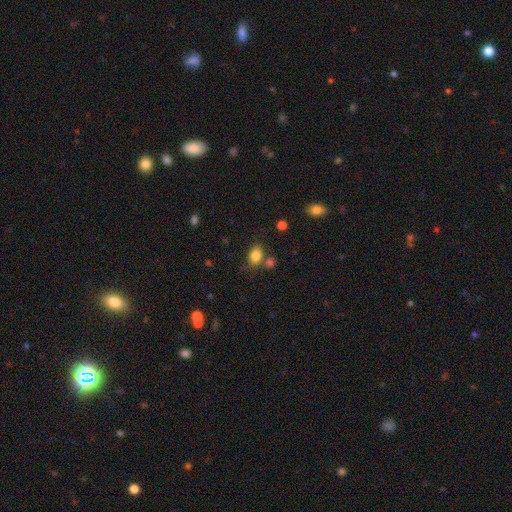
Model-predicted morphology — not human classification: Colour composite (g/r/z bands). It shows a smooth galaxy with no disk features (83%) that is in between round and cigar-shaped (74%). Merging: none (66%).